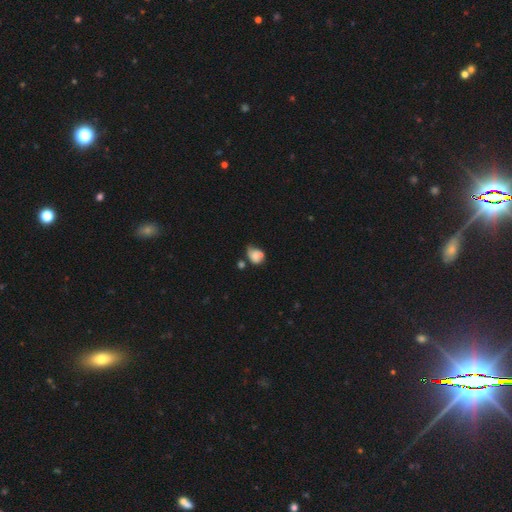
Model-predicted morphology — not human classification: Smooth or featured? smooth (64%)
How rounded? in between (57%)
Merging? minor disturbance (33%)